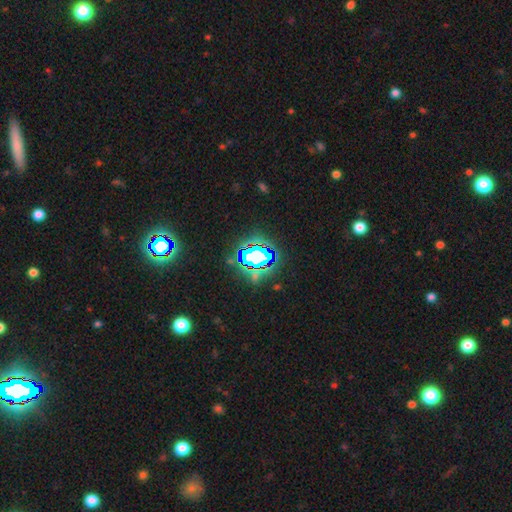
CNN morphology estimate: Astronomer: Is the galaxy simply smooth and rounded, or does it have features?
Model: star or artifact — 70%.